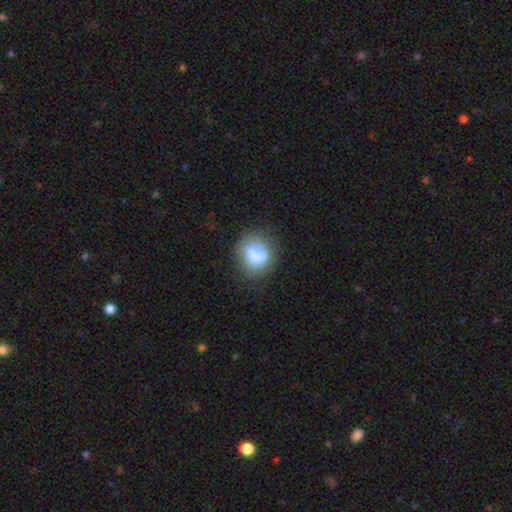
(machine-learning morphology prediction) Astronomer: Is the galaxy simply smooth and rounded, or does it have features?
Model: smooth — 59%.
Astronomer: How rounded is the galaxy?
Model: round — 73%.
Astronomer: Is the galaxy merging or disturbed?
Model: none — 51%.